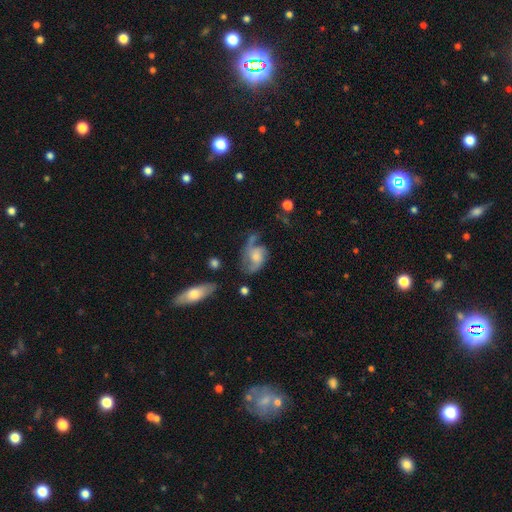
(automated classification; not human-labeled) Overall: featured or disk (60%; smooth 31%). Edge-on disk: no (96%). Bar: no (70%). Spiral arms: yes (79%). Bulge size: moderate (39%; small 33%). Merging: none (34%; major disturbance 31%).